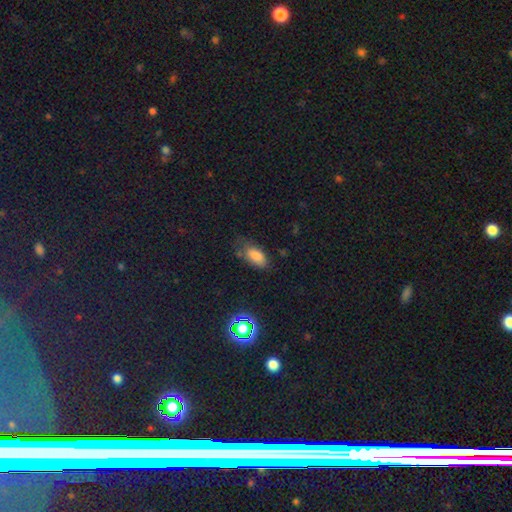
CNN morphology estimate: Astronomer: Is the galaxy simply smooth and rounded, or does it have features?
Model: smooth — 77%.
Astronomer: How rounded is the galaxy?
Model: in between — 89%.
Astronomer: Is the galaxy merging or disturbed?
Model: none — 64%.